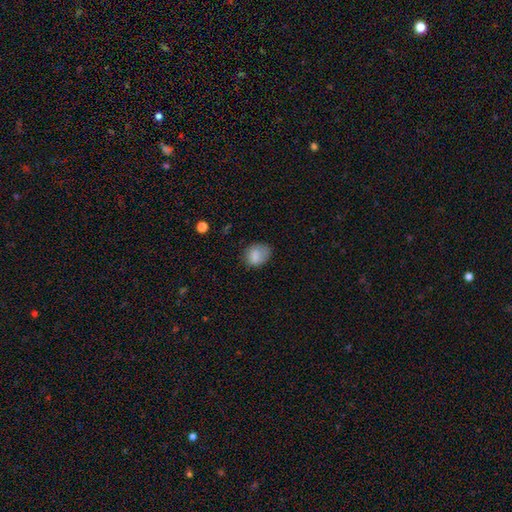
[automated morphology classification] A smooth galaxy with no disk features (82%) that is in between round and cigar-shaped (54%). Merging: none (62%).